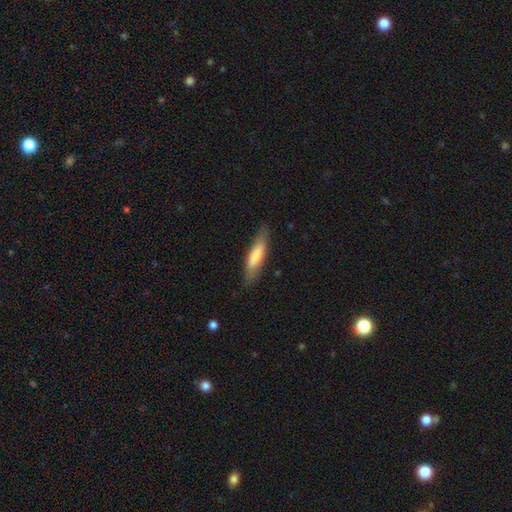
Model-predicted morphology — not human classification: Smooth or featured? Predicted: smooth (p=0.73). How rounded? Predicted: cigar-shaped (p=0.69). Merging? Predicted: none (p=0.79).